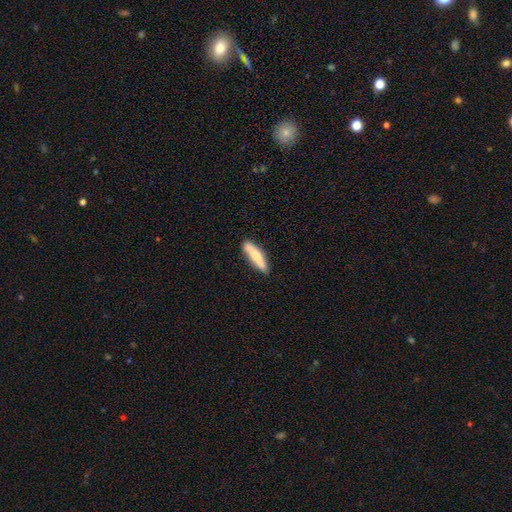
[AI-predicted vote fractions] Smooth or featured?
  - smooth: 71% *
  - featured or disk: 23%
  - star or artifact: 6%
How rounded?
  - cigar-shaped: 83% *
  - in between: 16%
  - round: 1%
Merging?
  - none: 80% *
  - minor disturbance: 15%
  - major disturbance: 3%
  - merger: 2%